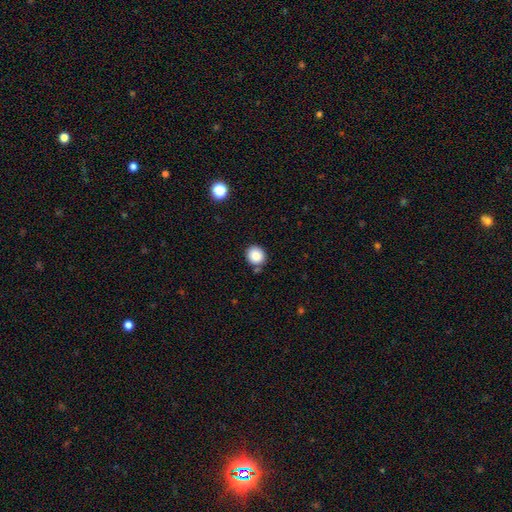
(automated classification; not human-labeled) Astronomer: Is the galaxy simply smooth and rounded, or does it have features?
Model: smooth — 87%.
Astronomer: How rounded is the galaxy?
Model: round — 87%.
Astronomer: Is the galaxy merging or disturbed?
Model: none — 79%.